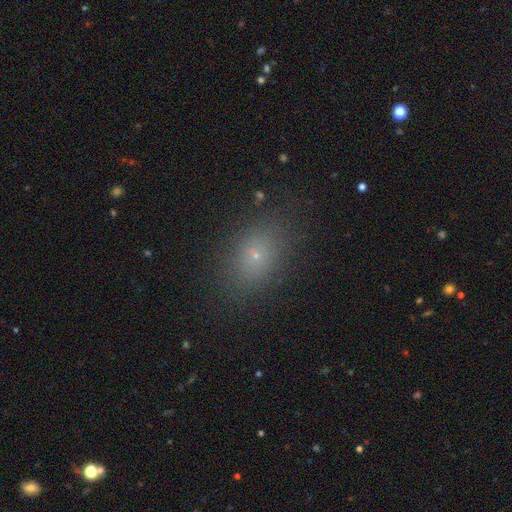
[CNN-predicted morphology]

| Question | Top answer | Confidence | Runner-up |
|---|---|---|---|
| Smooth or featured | smooth | 68% | star or artifact (20%) |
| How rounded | in between | 69% | round (29%) |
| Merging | none | 82% | minor disturbance (11%) |